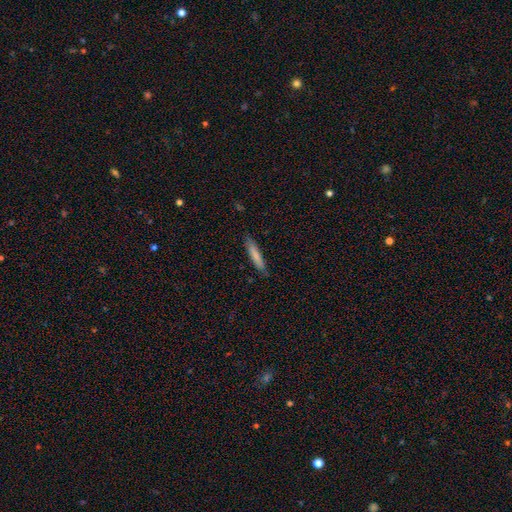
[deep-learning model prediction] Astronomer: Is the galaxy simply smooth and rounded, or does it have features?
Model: smooth — 78%.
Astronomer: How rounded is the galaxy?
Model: cigar-shaped — 91%.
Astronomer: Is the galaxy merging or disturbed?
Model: none — 85%.